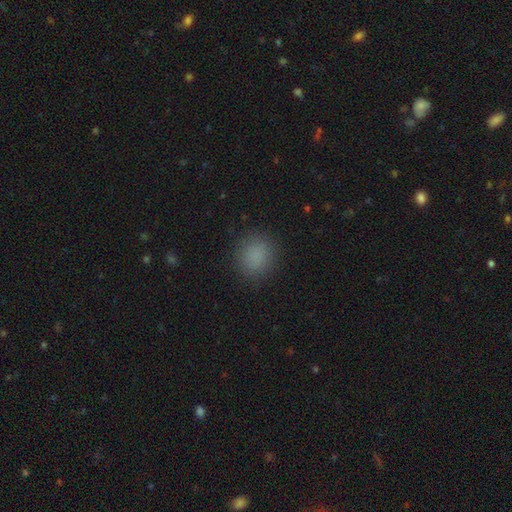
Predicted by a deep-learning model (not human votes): smooth_or_featured: smooth (p=0.85) [alt: star or artifact p=0.12]
how_rounded: round (p=0.82) [alt: in between p=0.17]
merging: none (p=0.88) [alt: minor disturbance p=0.08]